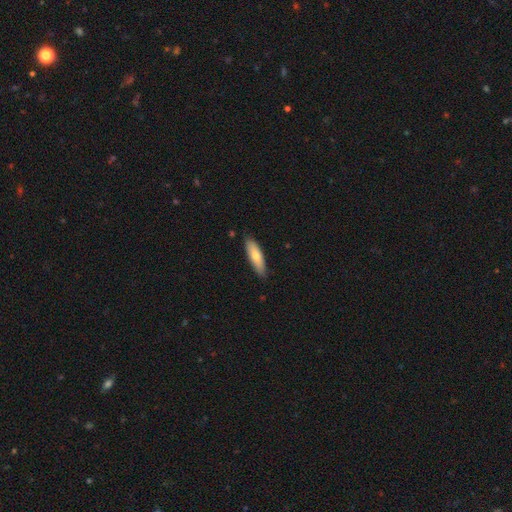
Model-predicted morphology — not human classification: The model was most divided on "how rounded": cigar-shaped: 57%, in between: 42%, round: 2%. More confident: merging — none (85%); smooth or featured — smooth (71%).